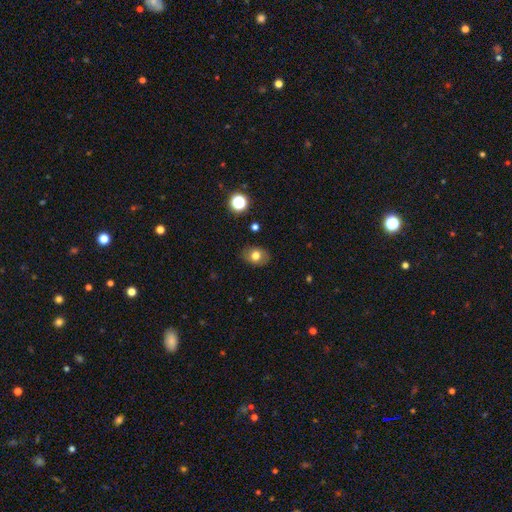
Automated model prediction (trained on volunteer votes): Smooth or featured? smooth (74%)
How rounded? in between (62%)
Merging? none (85%)